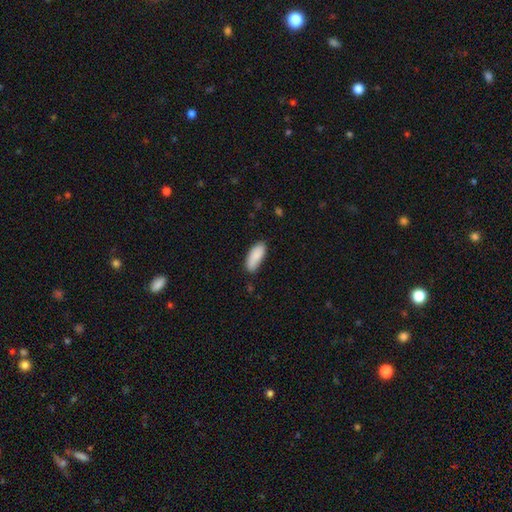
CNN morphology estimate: A smooth galaxy with no disk features (87%) that is in between round and cigar-shaped (81%).

Vote fractions:
- Smooth or featured? smooth: 87% / featured or disk: 7% / star or artifact: 6%
- How rounded? in between: 81% / cigar-shaped: 17% / round: 2%
- Merging? none: 76% / minor disturbance: 19% / major disturbance: 3% / merger: 2%